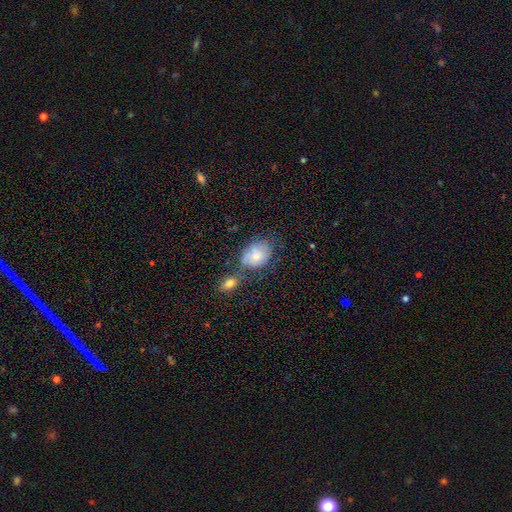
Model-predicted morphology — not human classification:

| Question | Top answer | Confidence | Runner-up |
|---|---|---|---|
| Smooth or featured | smooth | 66% | featured or disk (25%) |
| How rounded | in between | 67% | round (32%) |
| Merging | none | 37% | minor disturbance (26%) |